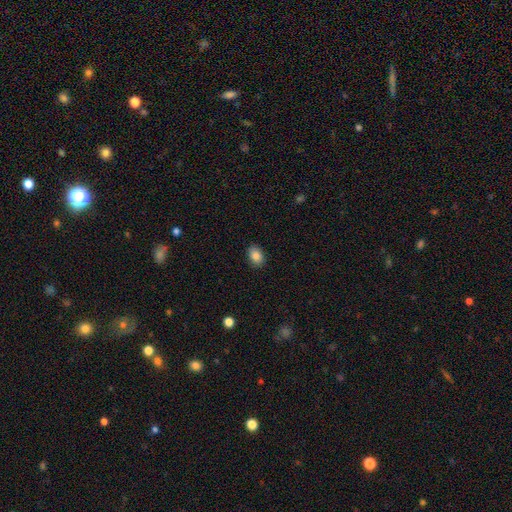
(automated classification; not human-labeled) This is clearly a smooth galaxy (85%). How rounded: likely in between (76%). Merging: clearly none (88%).